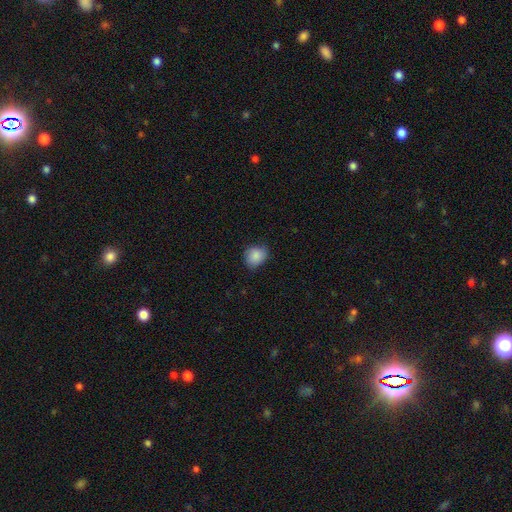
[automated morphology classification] Smooth or featured? Predicted: smooth (p=0.86). How rounded? Predicted: round (p=0.66). Merging? Predicted: none (p=0.73).